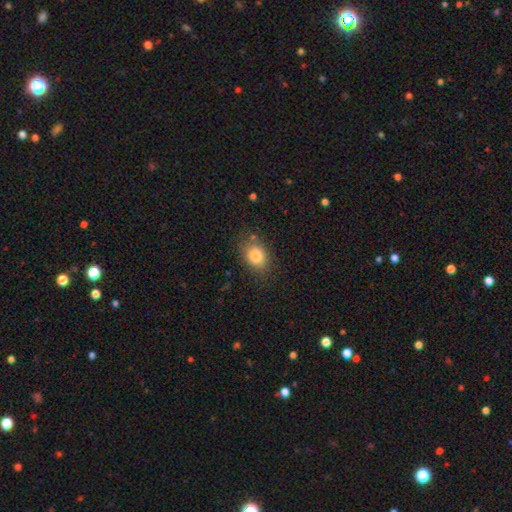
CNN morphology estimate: This is clearly a smooth galaxy (83%). How rounded: likely in between (66%). Merging: likely none (75%).